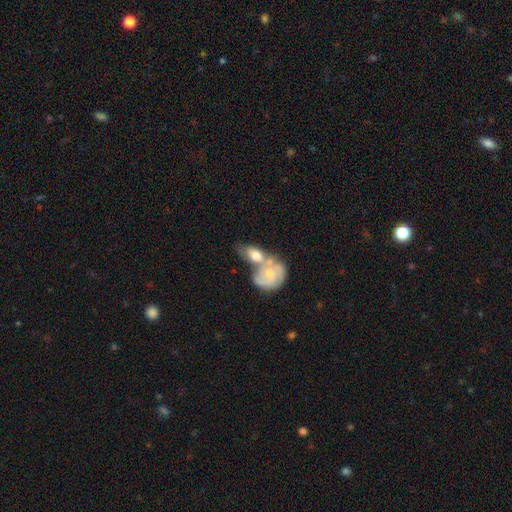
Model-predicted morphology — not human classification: type=smooth (50%); roundness=in between (69%); merging=merger (61%).